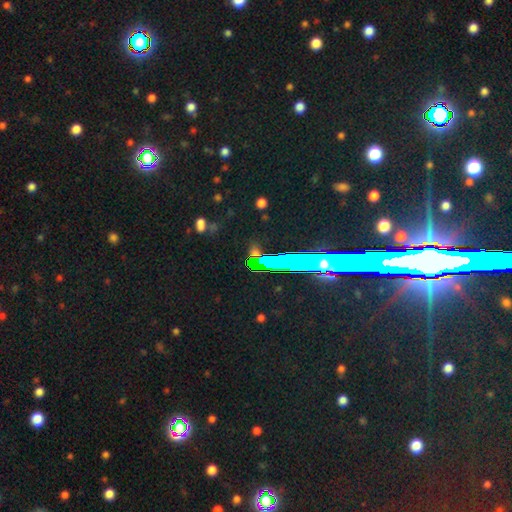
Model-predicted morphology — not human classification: A star or artifact, not a galaxy (67%).